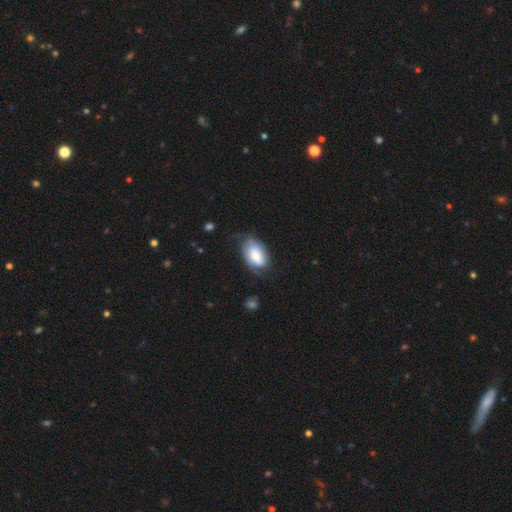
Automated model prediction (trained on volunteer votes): Smooth or featured: smooth — 56% (featured or disk — 37%)
How rounded: in between — 91% (round — 7%)
Merging: none — 51% (minor disturbance — 31%)